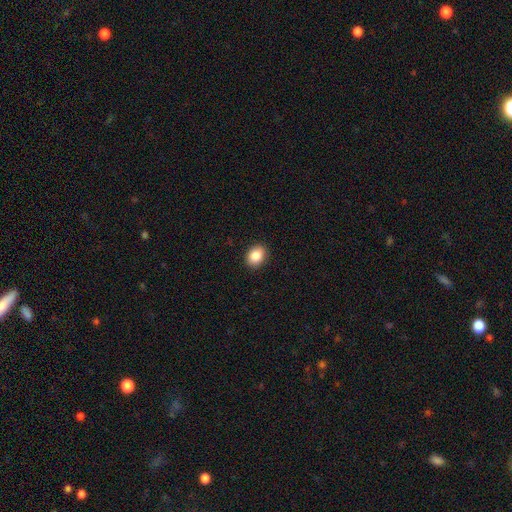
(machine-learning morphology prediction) A smooth galaxy with no disk features (87%) that is in between round and cigar-shaped (60%).

Vote fractions:
- Smooth or featured? smooth: 87% / star or artifact: 8% / featured or disk: 5%
- How rounded? in between: 60% / round: 39% / cigar-shaped: 1%
- Merging? none: 90% / minor disturbance: 7% / major disturbance: 2% / merger: 1%